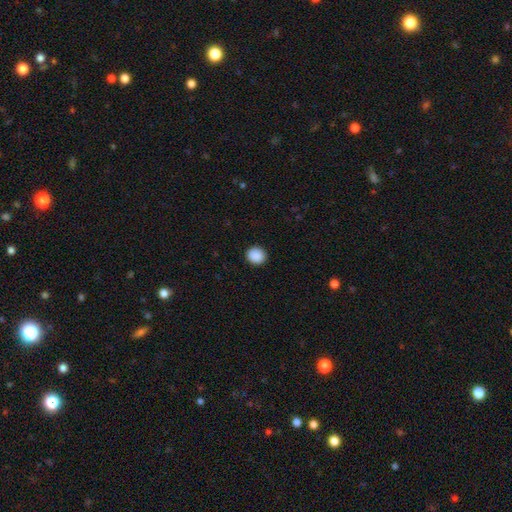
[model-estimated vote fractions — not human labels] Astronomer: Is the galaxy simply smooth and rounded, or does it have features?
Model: smooth — 90%.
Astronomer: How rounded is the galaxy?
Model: round — 85%.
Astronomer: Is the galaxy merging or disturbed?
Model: none — 92%.